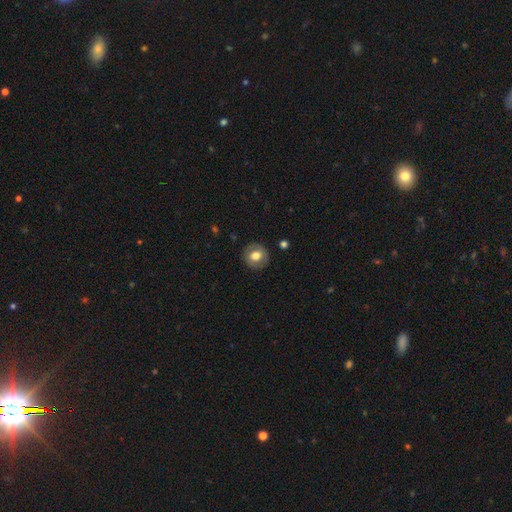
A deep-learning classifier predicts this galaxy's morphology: Q: Smooth or featured?
A: smooth (68%); runner-up: featured or disk (24%)
Q: How rounded?
A: round (87%); runner-up: in between (12%)
Q: Merging?
A: none (88%); runner-up: minor disturbance (9%)